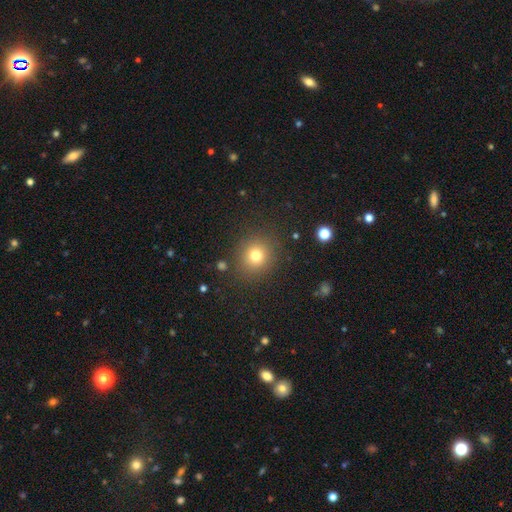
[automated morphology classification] This appears to be a smooth galaxy with no disk features (76%) that is round (87%). Merging: none (87%).